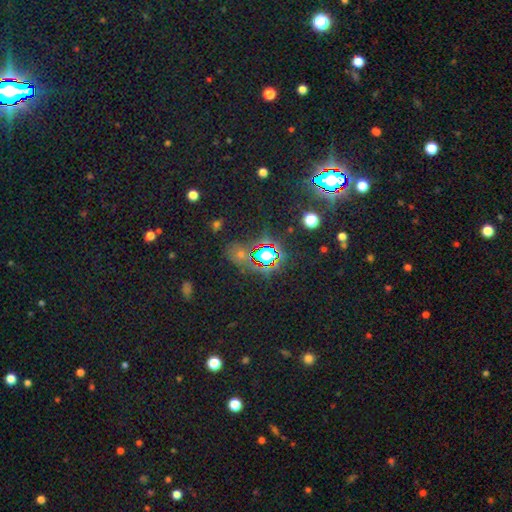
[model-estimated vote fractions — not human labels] Smooth or featured? Predicted: star or artifact (p=0.75).